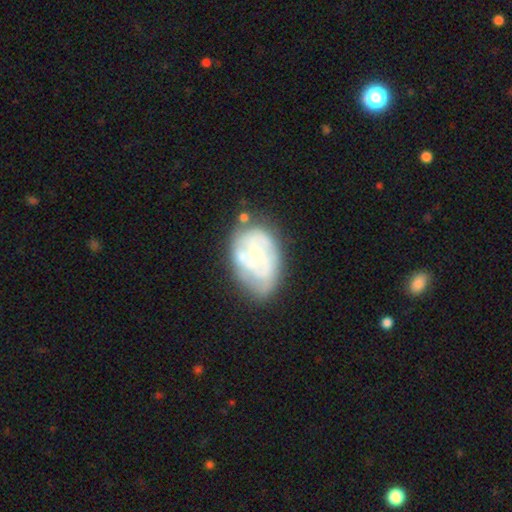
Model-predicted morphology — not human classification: A featured or disk galaxy (67%) with no bar (74%), spiral arms (61%) and a small central bulge (55%).

Vote fractions:
- Smooth or featured? featured or disk: 67% / smooth: 26% / star or artifact: 7%
- Edge-on disk? no: 98% / yes: 2%
- Bar? no: 74% / weak: 22% / strong: 4%
- Spiral arms? yes: 61% / no: 39%
- Bulge size? small: 55% / moderate: 28% / none: 13% / large: 3% / dominant: 1%
- Merging? none: 48% / minor disturbance: 29% / major disturbance: 16% / merger: 7%